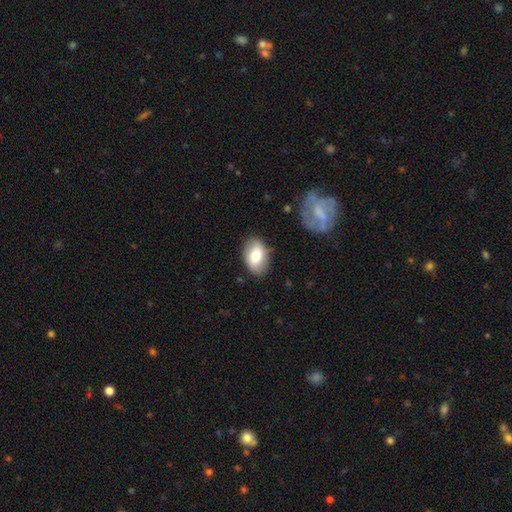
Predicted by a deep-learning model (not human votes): smooth_or_featured: smooth (p=0.74) [alt: featured or disk p=0.19]
how_rounded: in between (p=0.88) [alt: round p=0.11]
merging: none (p=0.84) [alt: minor disturbance p=0.12]